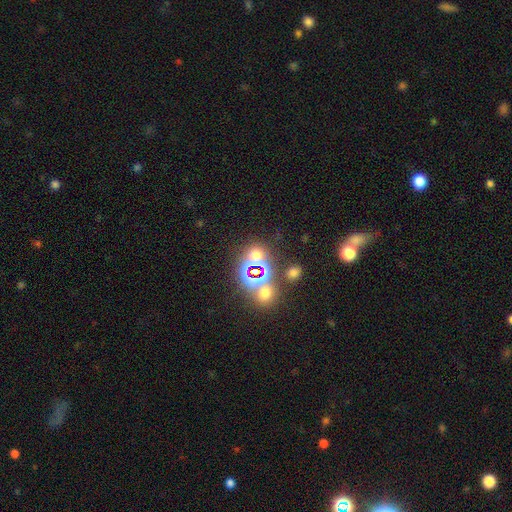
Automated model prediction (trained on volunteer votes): smooth_or_featured: star or artifact (p=0.54) [alt: smooth p=0.38]